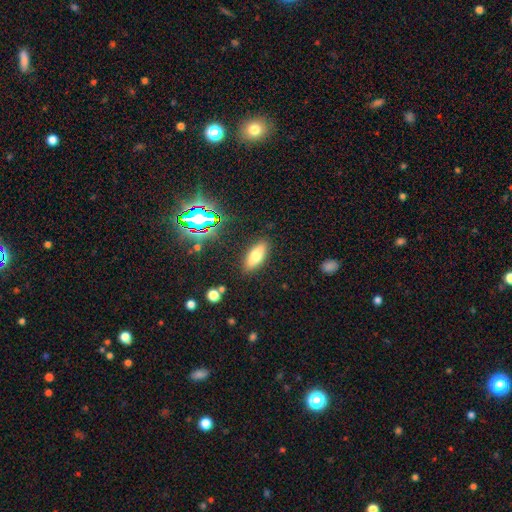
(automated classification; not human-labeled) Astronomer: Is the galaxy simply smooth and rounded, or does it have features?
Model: smooth — 73%.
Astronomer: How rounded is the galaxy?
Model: in between — 73%.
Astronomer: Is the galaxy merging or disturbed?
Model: none — 86%.